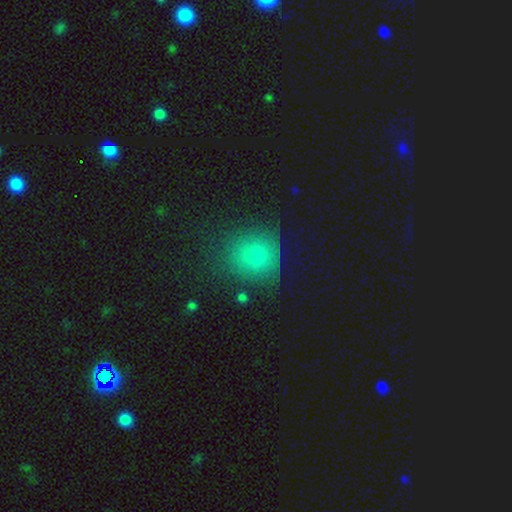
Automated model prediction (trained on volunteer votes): The model was most divided on "merging": none: 63%, minor disturbance: 23%, major disturbance: 10%, merger: 3%. More confident: how rounded — round (79%); smooth or featured — smooth (72%).